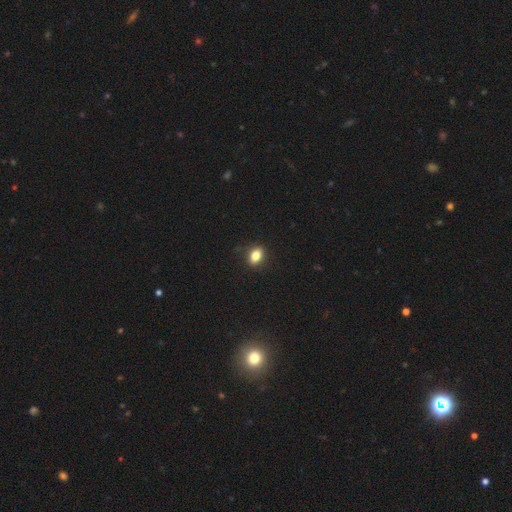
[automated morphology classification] Smooth or featured?
  - smooth: 83% *
  - star or artifact: 10%
  - featured or disk: 7%
How rounded?
  - in between: 74% *
  - round: 23%
  - cigar-shaped: 2%
Merging?
  - none: 85% *
  - minor disturbance: 11%
  - major disturbance: 3%
  - merger: 1%